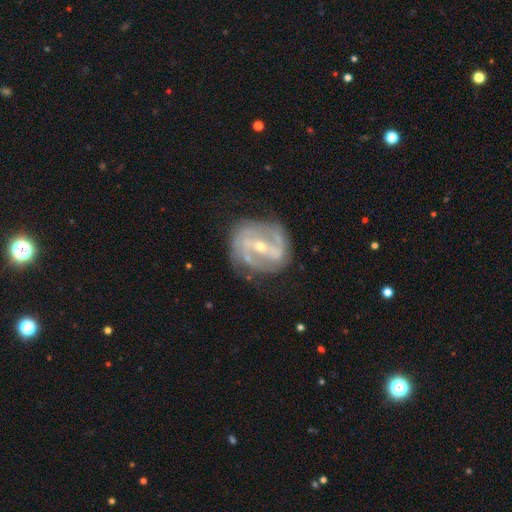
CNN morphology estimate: featured or disk 88%, smooth 7%, star or artifact 6%. Down the decision tree: edge-on disk — no (96%); bar — strong (53%); spiral arms — yes (91%); spiral arm count — 2 (65%); spiral winding — medium (43%); bulge size — small (55%); merging — none (72%).